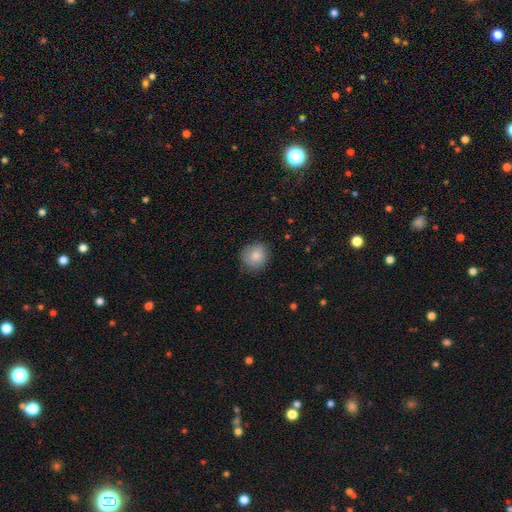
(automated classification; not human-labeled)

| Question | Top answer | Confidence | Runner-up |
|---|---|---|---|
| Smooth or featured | smooth | 84% | featured or disk (9%) |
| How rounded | round | 85% | in between (14%) |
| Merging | none | 78% | minor disturbance (17%) |